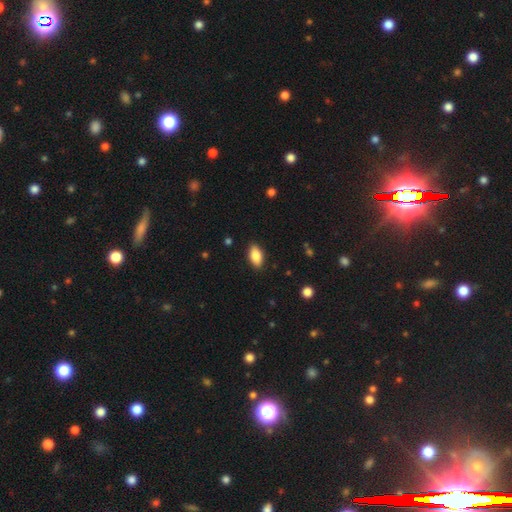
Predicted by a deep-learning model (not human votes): Q: Smooth or featured?
A: smooth (86%); runner-up: star or artifact (7%)
Q: How rounded?
A: in between (92%); runner-up: cigar-shaped (5%)
Q: Merging?
A: none (88%); runner-up: minor disturbance (9%)